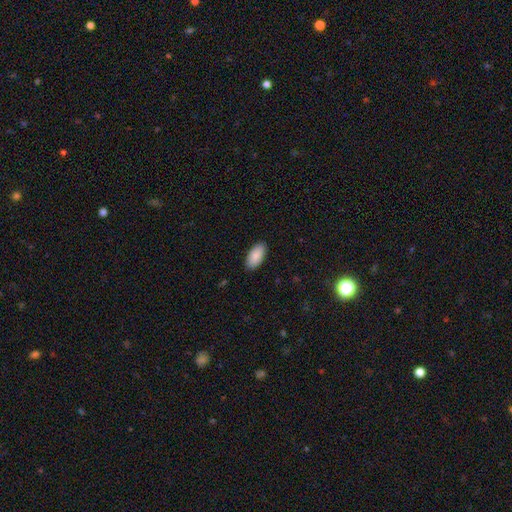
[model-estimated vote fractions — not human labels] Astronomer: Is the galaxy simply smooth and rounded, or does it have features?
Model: smooth — 89%.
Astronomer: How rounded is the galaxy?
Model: in between — 94%.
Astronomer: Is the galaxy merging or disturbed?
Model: none — 89%.